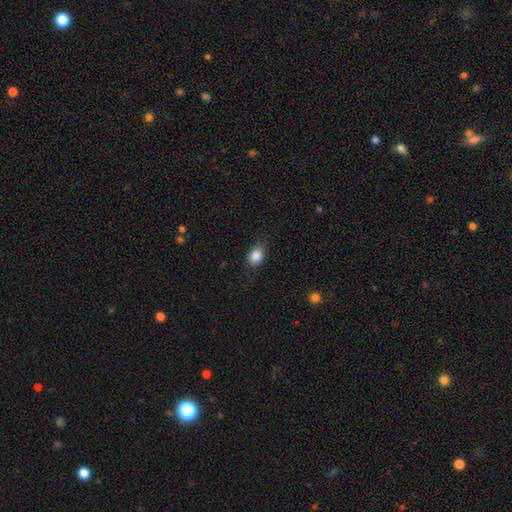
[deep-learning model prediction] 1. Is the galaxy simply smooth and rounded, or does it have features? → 86% smooth, 9% star or artifact, 5% featured or disk.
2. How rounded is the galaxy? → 68% in between, 31% round, 1% cigar-shaped.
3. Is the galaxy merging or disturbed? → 80% none, 15% minor disturbance, 4% major disturbance, 1% merger.